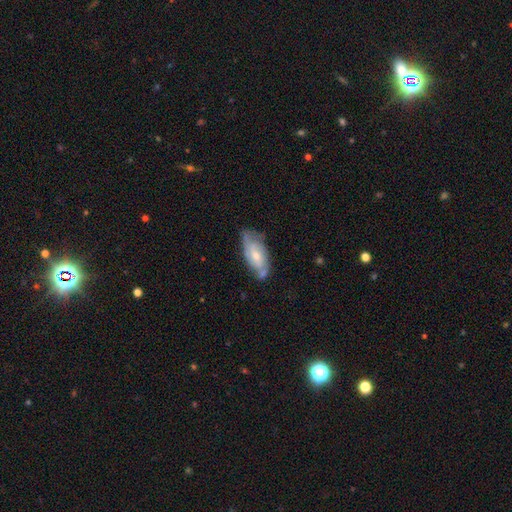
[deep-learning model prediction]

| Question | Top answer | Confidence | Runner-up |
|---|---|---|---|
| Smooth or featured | featured or disk | 61% | smooth (33%) |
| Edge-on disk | no | 89% | yes (11%) |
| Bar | no | 55% | weak (37%) |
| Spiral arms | yes | 82% | no (18%) |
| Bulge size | moderate | 47% | small (46%) |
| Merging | none | 56% | minor disturbance (29%) |